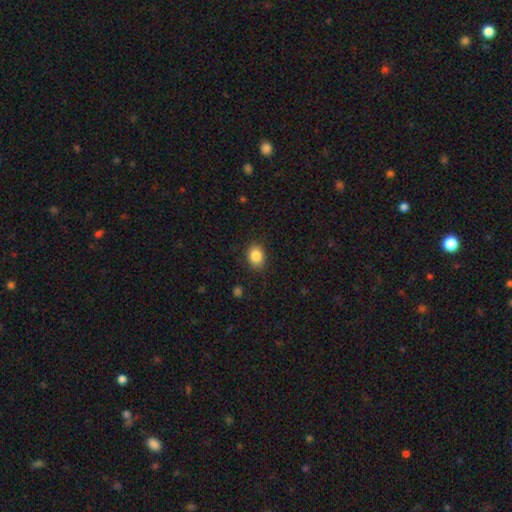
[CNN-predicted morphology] Overall: smooth (86%). How rounded: in between (55%; round 44%). Merging: none (88%).